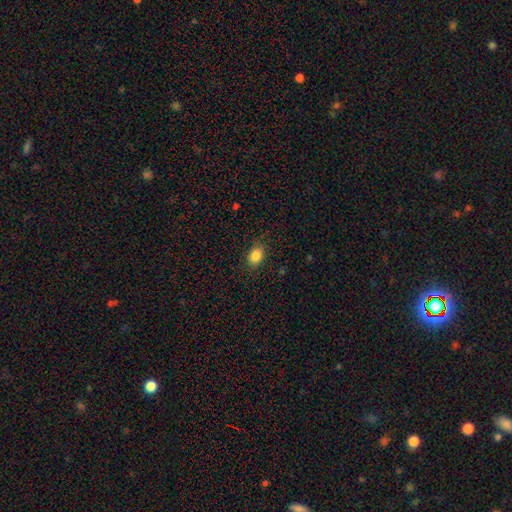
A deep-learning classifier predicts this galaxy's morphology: Q: Smooth or featured?
A: smooth (86%); runner-up: star or artifact (9%)
Q: How rounded?
A: in between (73%); runner-up: round (26%)
Q: Merging?
A: none (85%); runner-up: minor disturbance (11%)